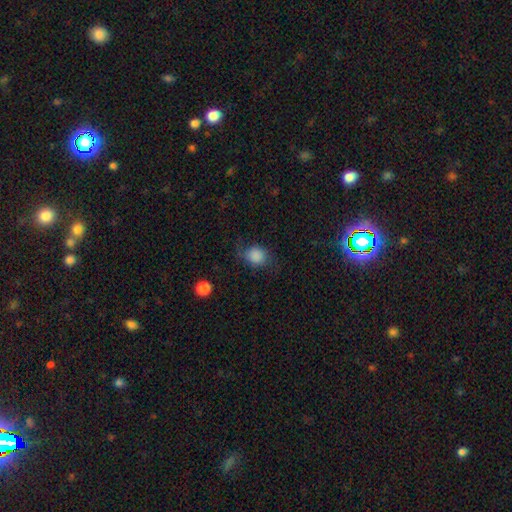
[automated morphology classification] smooth 83%, star or artifact 9%, featured or disk 8%. Down the decision tree: how rounded — round (64%); merging — none (65%).